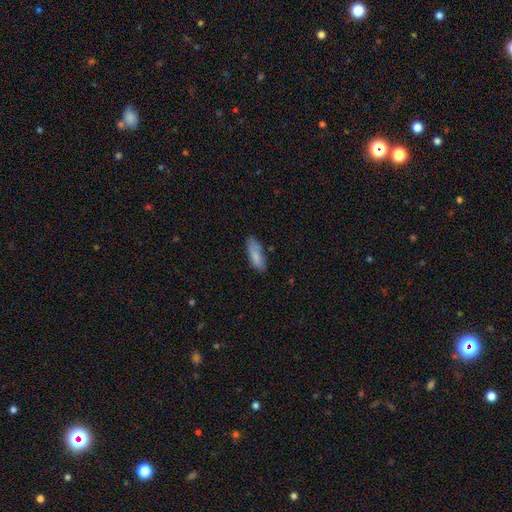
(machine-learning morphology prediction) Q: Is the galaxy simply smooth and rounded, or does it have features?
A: smooth — 82%.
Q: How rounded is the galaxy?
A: in between — 69%.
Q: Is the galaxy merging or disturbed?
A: none — 73%.